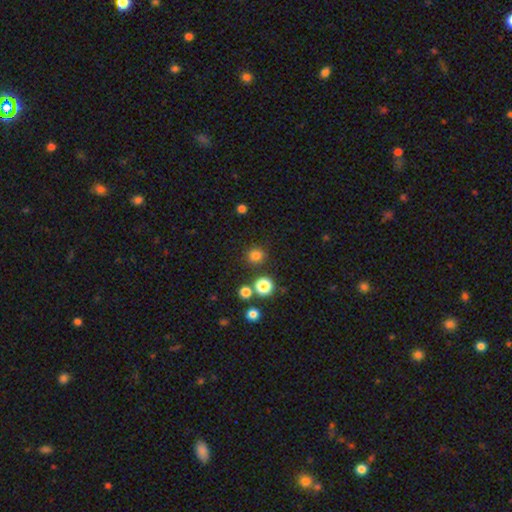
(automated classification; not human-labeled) Morphology: type=smooth (79%); roundness=round (84%); merging=none (83%).